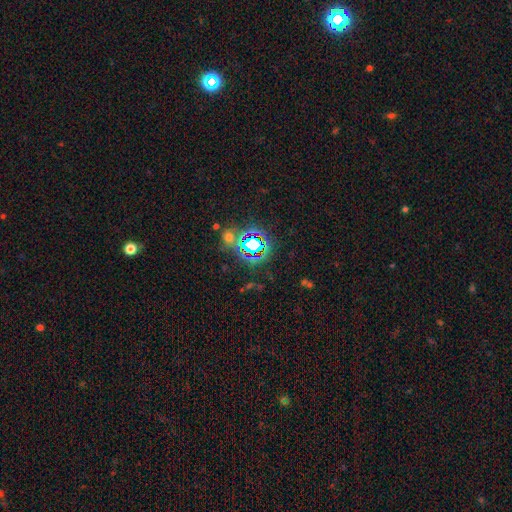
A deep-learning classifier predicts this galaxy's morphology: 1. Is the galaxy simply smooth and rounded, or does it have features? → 72% star or artifact, 18% smooth, 10% featured or disk.